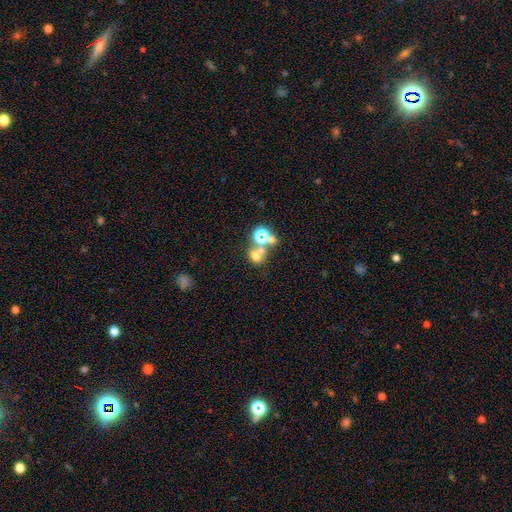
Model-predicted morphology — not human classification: This is possibly a smooth galaxy (56%). How rounded: likely round (66%). Merging: marginally none (43%, tied with merger).